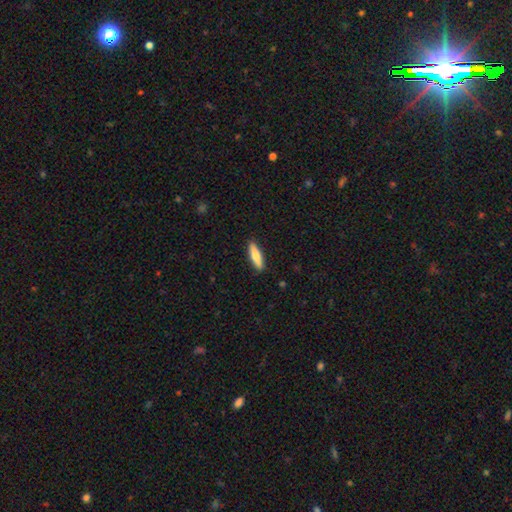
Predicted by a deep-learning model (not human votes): Smooth or featured? Predicted: smooth (p=0.72). How rounded? Predicted: cigar-shaped (p=0.71). Merging? Predicted: none (p=0.90).